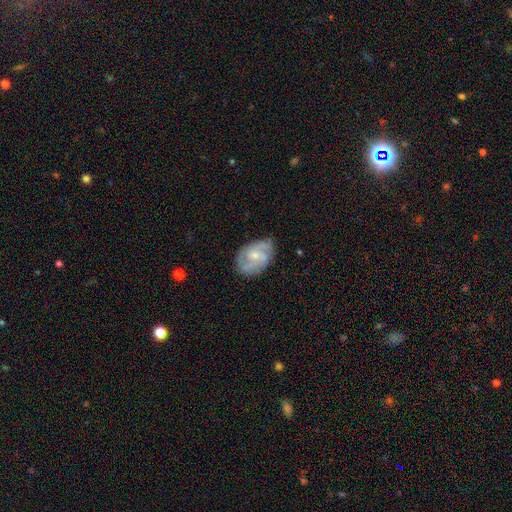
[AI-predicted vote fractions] A featured or disk galaxy (71%) with no bar (55%), 2 (43%) medium (47%) spiral arms (87%) and a small central bulge (52%).

Vote fractions:
- Smooth or featured? featured or disk: 71% / smooth: 24% / star or artifact: 6%
- Edge-on disk? no: 97% / yes: 3%
- Bar? no: 55% / weak: 39% / strong: 6%
- Spiral arms? yes: 87% / no: 13%
- Spiral winding? medium: 47% / tight: 33% / loose: 21%
- Spiral arm count? 2: 43% / can't tell: 23% / 3: 21% / 4: 5% / 1: 4% / more than 4: 3%
- Bulge size? small: 52% / moderate: 40% / none: 5% / large: 2% / dominant: 1%
- Merging? none: 69% / minor disturbance: 23% / major disturbance: 7% / merger: 1%